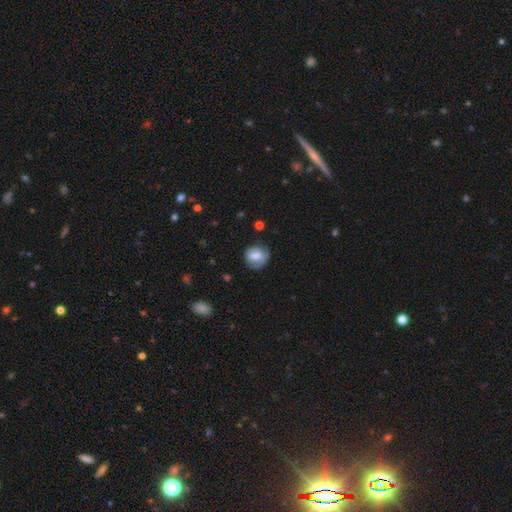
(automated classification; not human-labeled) Smooth or featured? Predicted: smooth (p=0.65). How rounded? Predicted: round (p=0.81). Merging? Predicted: none (p=0.68).